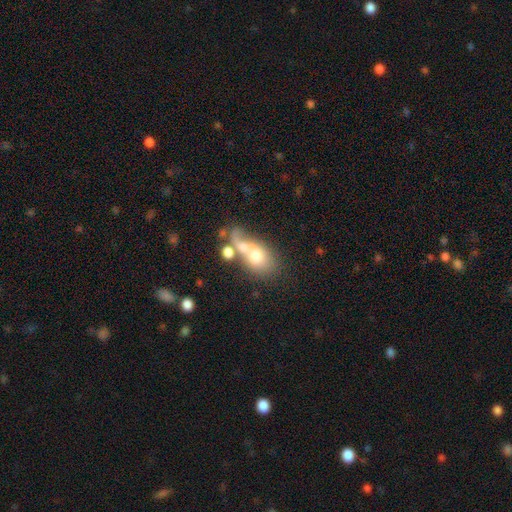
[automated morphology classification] Overall: smooth (60%; featured or disk 29%). How rounded: in between (64%; round 31%). Merging: merger (54%; none 20%).